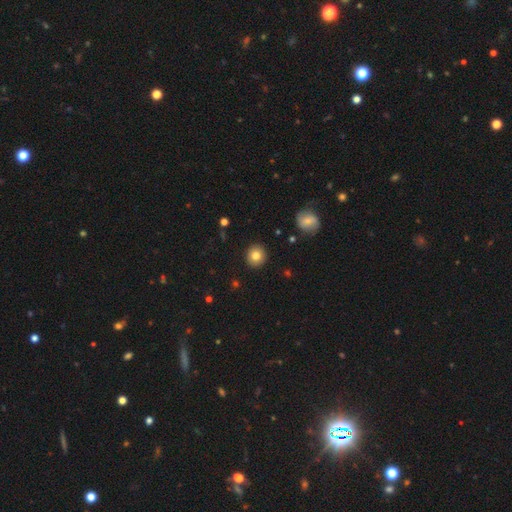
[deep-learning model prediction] Smooth or featured?
  - smooth: 82% *
  - star or artifact: 9%
  - featured or disk: 9%
How rounded?
  - round: 90% *
  - in between: 9%
  - cigar-shaped: 1%
Merging?
  - none: 92% *
  - minor disturbance: 5%
  - major disturbance: 2%
  - merger: 1%